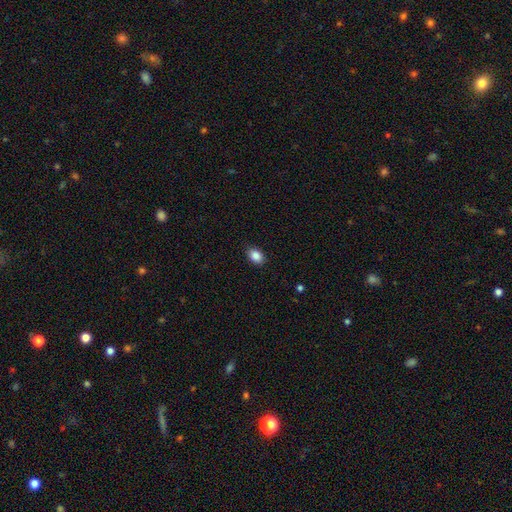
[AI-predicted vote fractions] Morphology: type=smooth (87%); roundness=in between (78%); merging=none (88%).